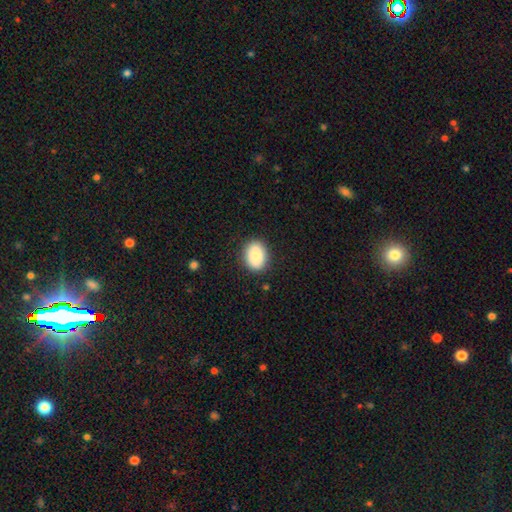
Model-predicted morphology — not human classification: Smooth or featured: smooth — 87% (star or artifact — 7%)
How rounded: in between — 69% (round — 30%)
Merging: none — 87% (minor disturbance — 10%)